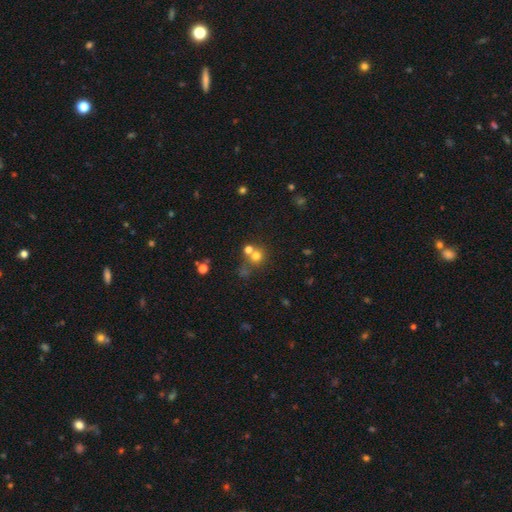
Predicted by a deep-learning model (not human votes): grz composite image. It shows a smooth galaxy with no disk features (68%) that is round (87%). Merging: none (53%).